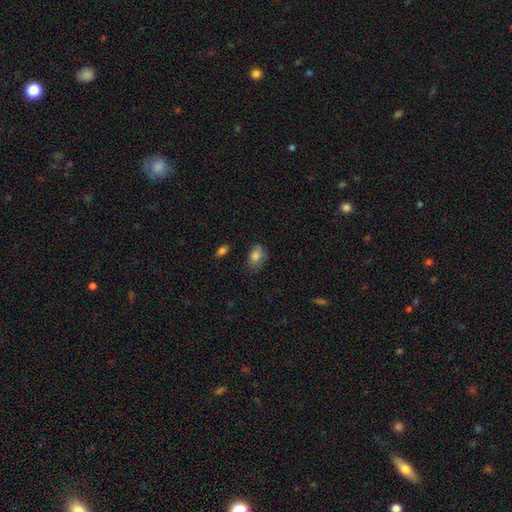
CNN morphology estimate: The model was most divided on "merging": none: 61%, minor disturbance: 29%, major disturbance: 8%, merger: 2%. More confident: how rounded — in between (85%); smooth or featured — smooth (81%).